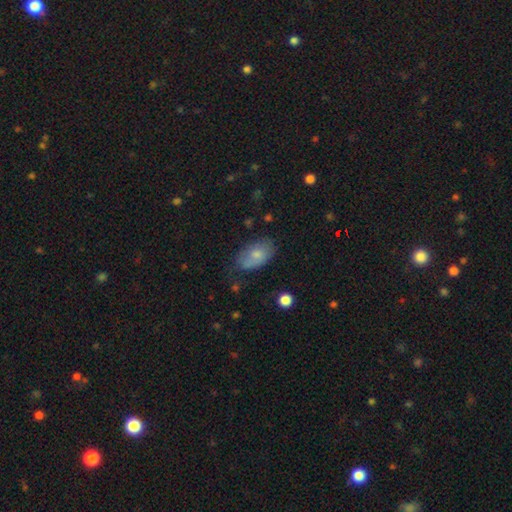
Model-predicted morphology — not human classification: This appears to be a smooth galaxy with no disk features (73%) that is in between round and cigar-shaped (92%). Merging: none (57%).